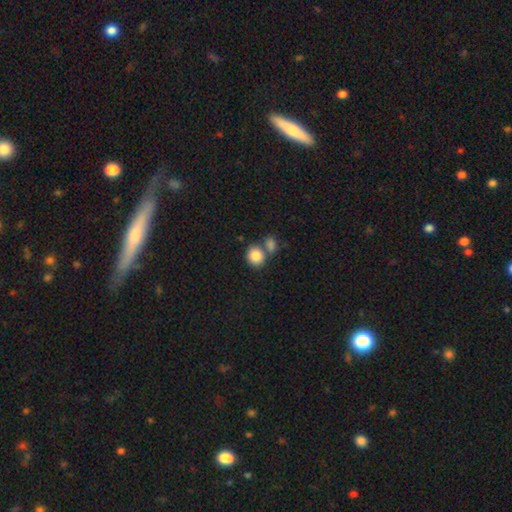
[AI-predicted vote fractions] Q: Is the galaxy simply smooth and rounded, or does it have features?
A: smooth — 86%.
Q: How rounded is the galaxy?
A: round — 71%.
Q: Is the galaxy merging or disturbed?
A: none — 49%.